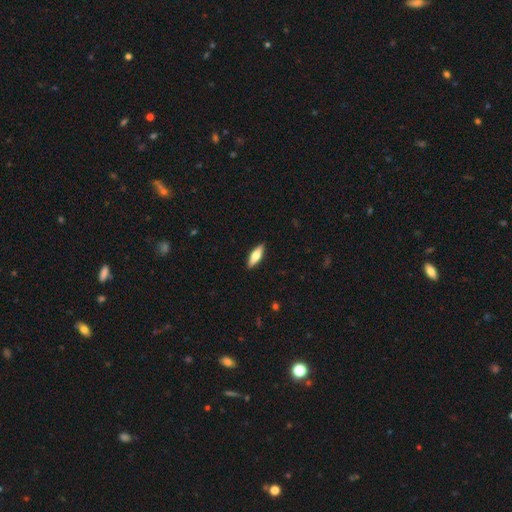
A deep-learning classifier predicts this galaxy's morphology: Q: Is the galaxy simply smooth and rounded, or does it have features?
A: smooth — 63%.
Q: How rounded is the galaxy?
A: in between — 50%.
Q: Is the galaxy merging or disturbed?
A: none — 90%.